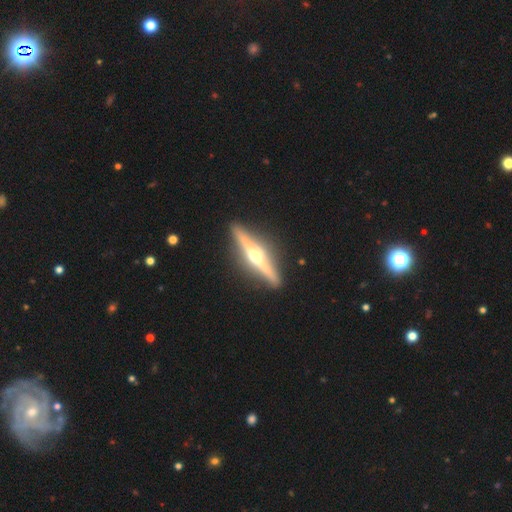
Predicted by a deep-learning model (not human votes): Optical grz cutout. It shows a featured or disk galaxy (85%) viewed edge-on (98%) with a rounded central bulge (96%). Merging: none (91%).